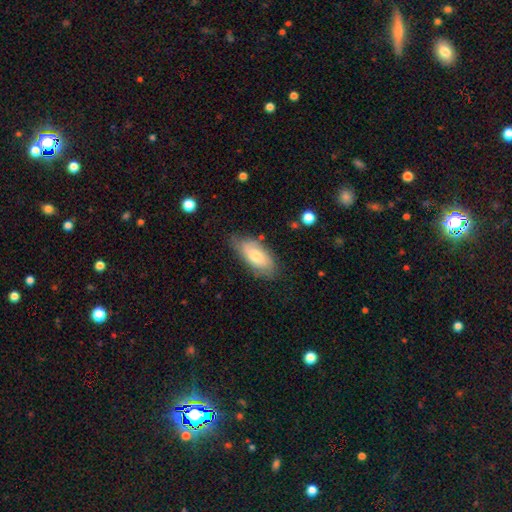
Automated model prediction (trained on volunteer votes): smooth_or_featured: smooth (p=0.60) [alt: featured or disk p=0.34]
how_rounded: in between (p=0.88) [alt: cigar-shaped p=0.10]
merging: none (p=0.70) [alt: minor disturbance p=0.23]